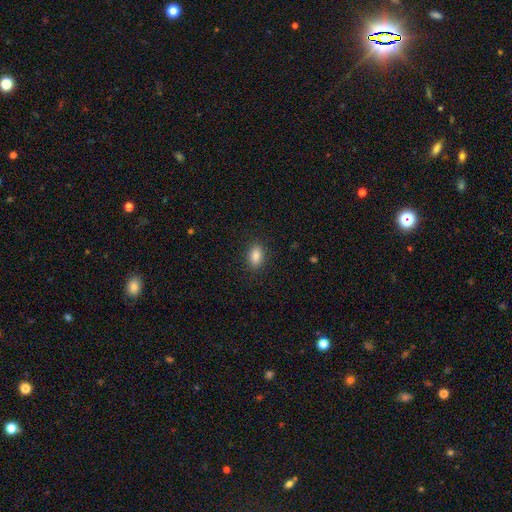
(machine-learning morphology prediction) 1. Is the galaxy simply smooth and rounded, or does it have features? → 87% smooth, 8% star or artifact, 5% featured or disk.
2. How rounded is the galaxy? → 87% in between, 10% round, 3% cigar-shaped.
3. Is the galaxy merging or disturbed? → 88% none, 8% minor disturbance, 2% major disturbance, 1% merger.